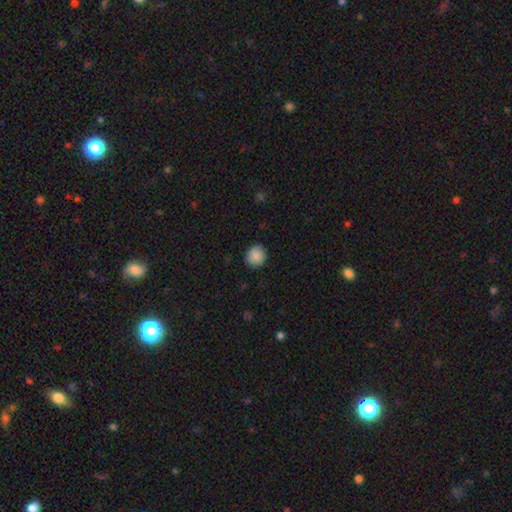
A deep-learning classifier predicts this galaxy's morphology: A smooth galaxy with no disk features (88%) that is round (84%).

Vote fractions:
- Smooth or featured? smooth: 88% / star or artifact: 8% / featured or disk: 4%
- How rounded? round: 84% / in between: 15% / cigar-shaped: 1%
- Merging? none: 88% / minor disturbance: 9% / major disturbance: 2% / merger: 1%